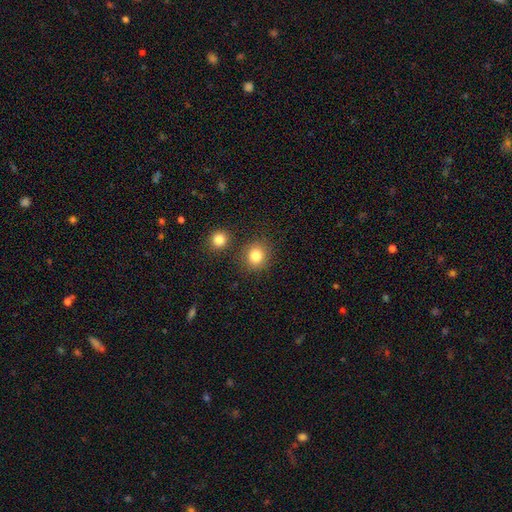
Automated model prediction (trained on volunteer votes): This is clearly a smooth galaxy (83%). How rounded: clearly round (82%). Merging: clearly none (82%).